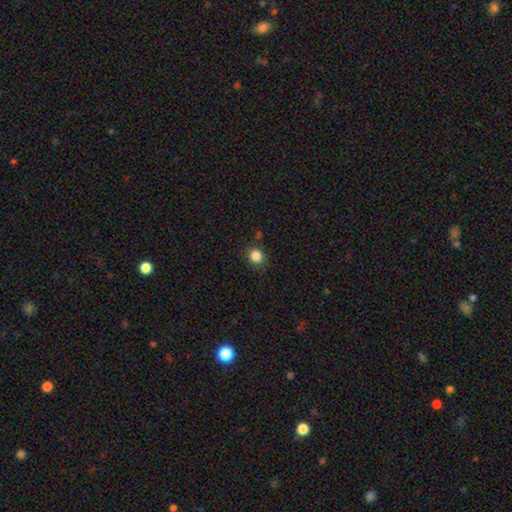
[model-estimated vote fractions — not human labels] Smooth or featured: smooth — 85% (star or artifact — 11%)
How rounded: round — 84% (in between — 15%)
Merging: none — 85% (minor disturbance — 9%)